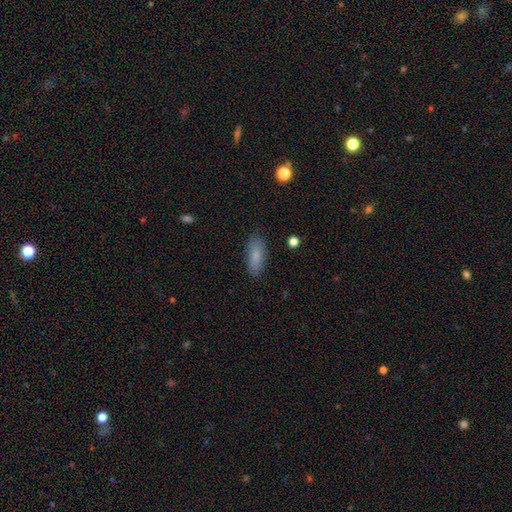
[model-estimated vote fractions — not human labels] Smooth or featured? smooth (82%)
How rounded? in between (72%)
Merging? none (83%)